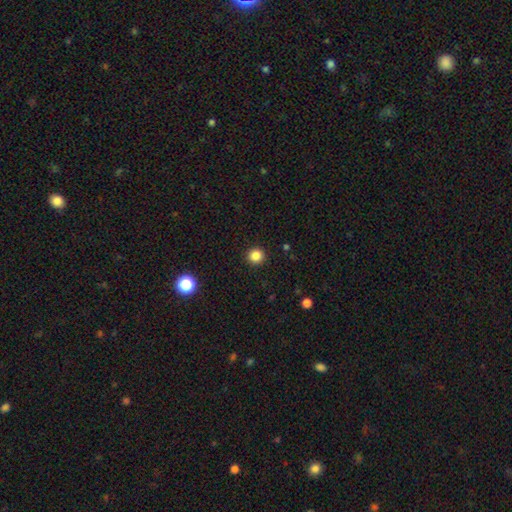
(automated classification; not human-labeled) This is clearly a smooth galaxy (85%). How rounded: clearly round (94%). Merging: clearly none (93%).